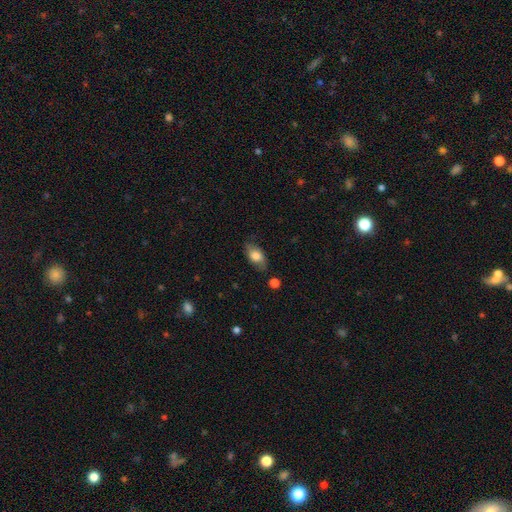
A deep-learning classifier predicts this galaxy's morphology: smooth-or-featured: smooth: 72% | featured or disk: 20% | star or artifact: 7%
  how-rounded: in between: 88% | round: 7% | cigar-shaped: 4%
  merging: none: 74% | minor disturbance: 19% | major disturbance: 5% | merger: 2%